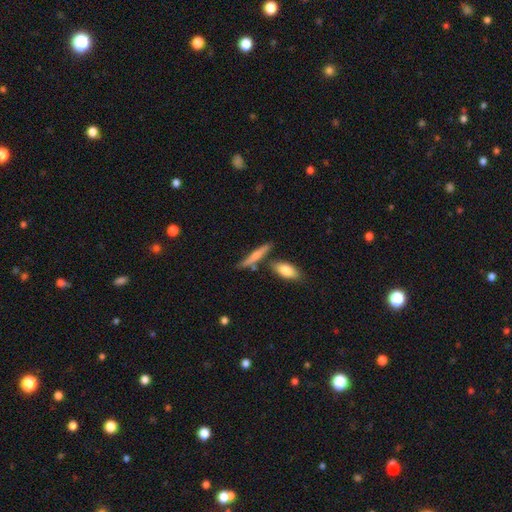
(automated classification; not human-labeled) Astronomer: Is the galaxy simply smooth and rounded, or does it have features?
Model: smooth — 61%.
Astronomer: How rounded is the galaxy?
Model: cigar-shaped — 84%.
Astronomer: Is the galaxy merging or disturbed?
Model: none — 68%.